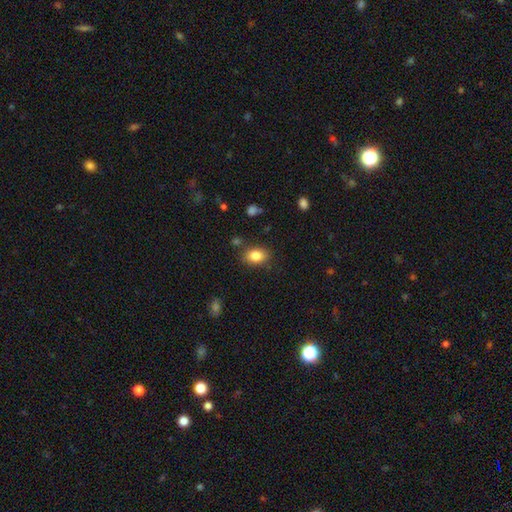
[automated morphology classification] smooth 84%, star or artifact 9%, featured or disk 7%. Down the decision tree: how rounded — in between (77%); merging — none (82%).